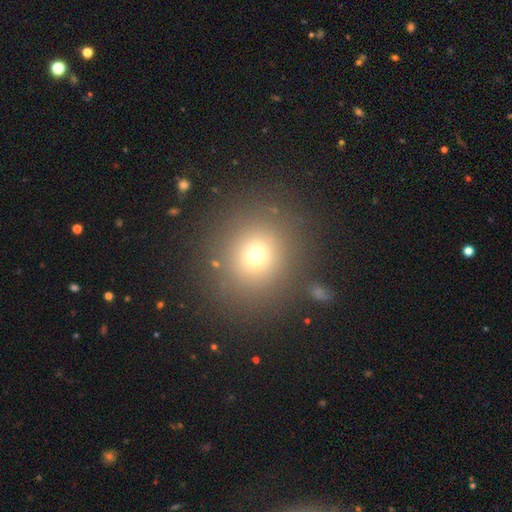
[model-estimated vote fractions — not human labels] Smooth or featured? Predicted: smooth (p=0.69). How rounded? Predicted: round (p=0.87). Merging? Predicted: none (p=0.85).